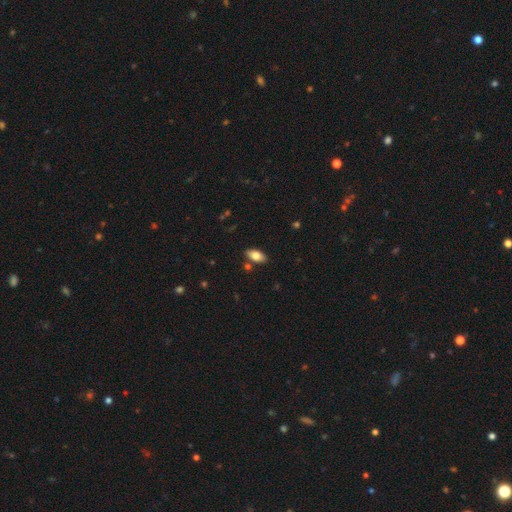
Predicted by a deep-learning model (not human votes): Smooth or featured? smooth (78%)
How rounded? in between (91%)
Merging? none (82%)